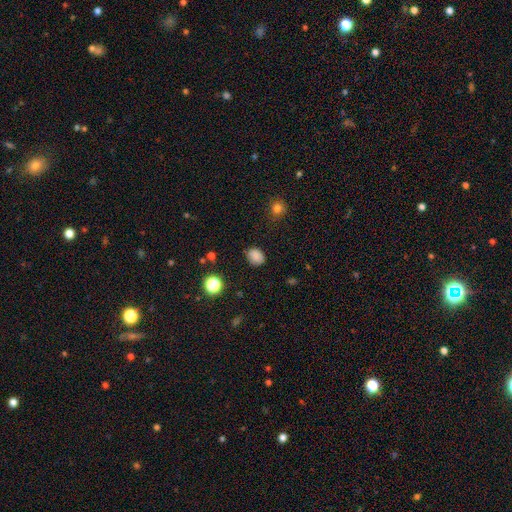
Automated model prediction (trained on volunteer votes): This is clearly a smooth galaxy (82%). How rounded: possibly in between (51%). Merging: likely none (78%).